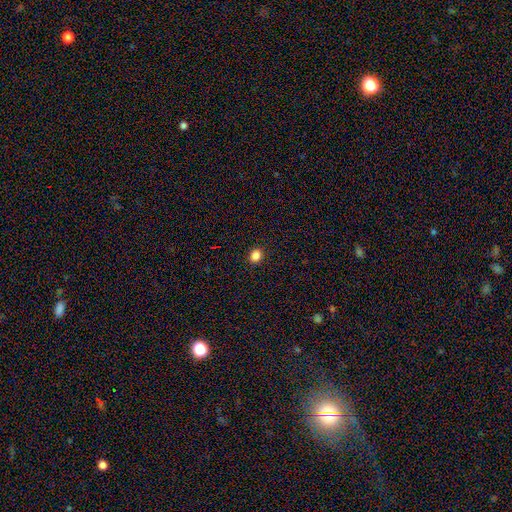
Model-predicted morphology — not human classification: Smooth or featured? smooth (85%)
How rounded? round (64%)
Merging? none (92%)